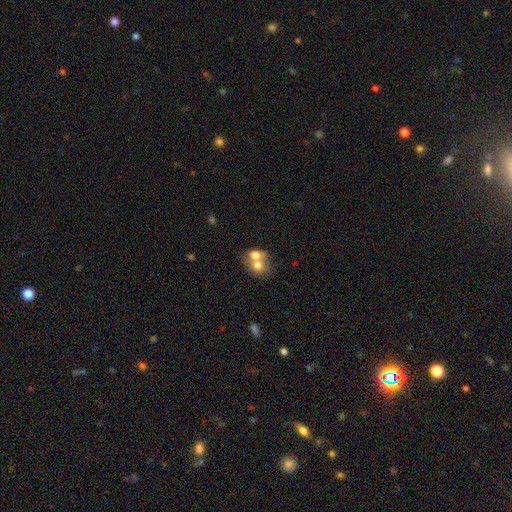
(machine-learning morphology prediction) smooth 66%, featured or disk 25%, star or artifact 9%. Down the decision tree: how rounded — round (57%); merging — merger (68%).